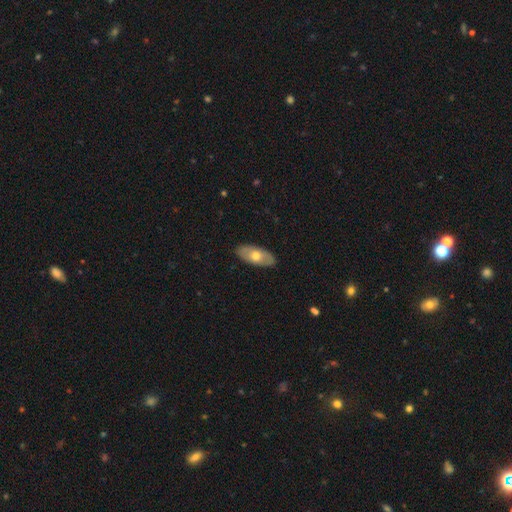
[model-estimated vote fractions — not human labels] This is possibly a smooth galaxy (58%). How rounded: clearly in between (89%). Merging: clearly none (87%).